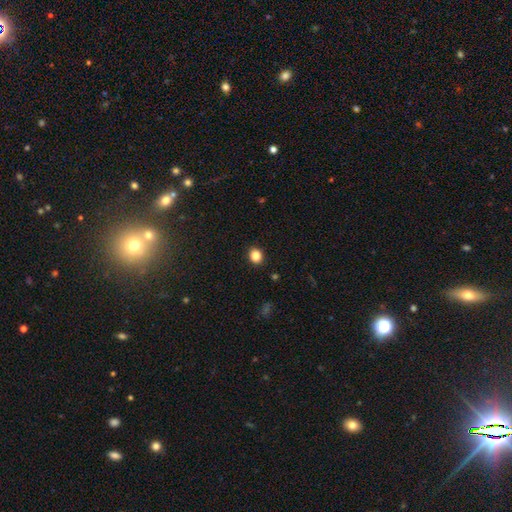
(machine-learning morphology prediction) Smooth or featured?
  - smooth: 85% *
  - star or artifact: 11%
  - featured or disk: 4%
How rounded?
  - round: 67% *
  - in between: 32%
  - cigar-shaped: 1%
Merging?
  - none: 91% *
  - minor disturbance: 6%
  - major disturbance: 2%
  - merger: 1%